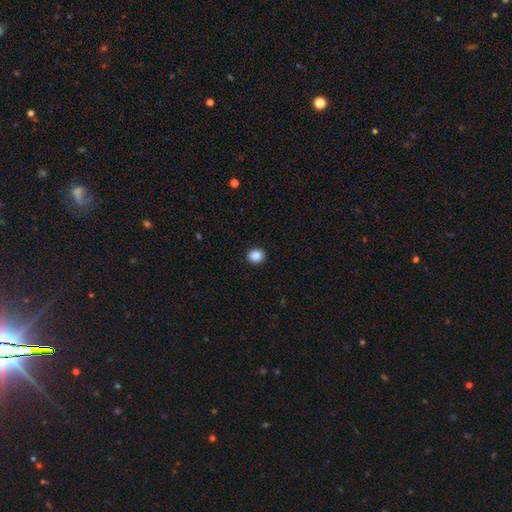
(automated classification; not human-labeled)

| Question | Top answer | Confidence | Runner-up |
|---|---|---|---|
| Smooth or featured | smooth | 89% | star or artifact (9%) |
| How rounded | round | 65% | in between (34%) |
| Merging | none | 91% | minor disturbance (6%) |